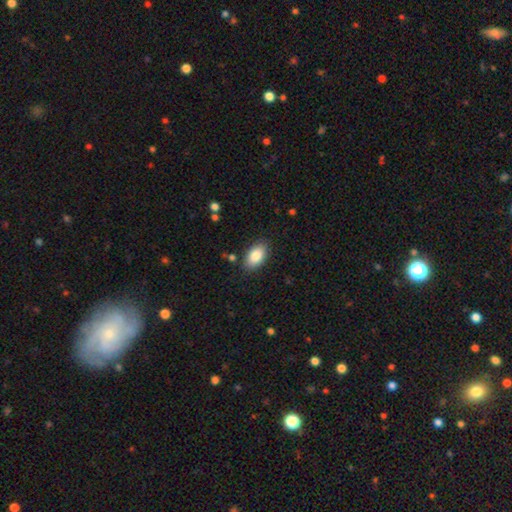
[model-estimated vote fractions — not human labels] A smooth galaxy with no disk features (86%) that is in between round and cigar-shaped (93%). Merging: none (85%).